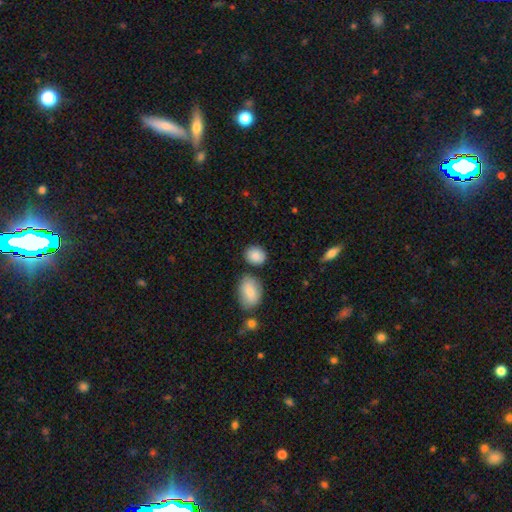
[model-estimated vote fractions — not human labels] This appears to be a smooth galaxy with no disk features (88%) that is round (67%). Merging: none (79%).